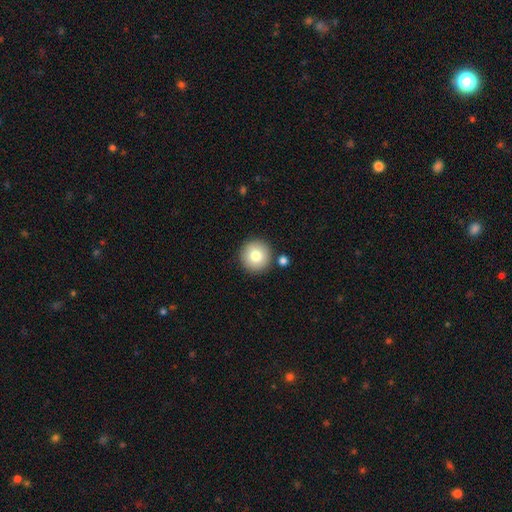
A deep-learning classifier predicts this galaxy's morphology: A smooth galaxy with no disk features (80%) that is round (96%). Merging: none (87%).